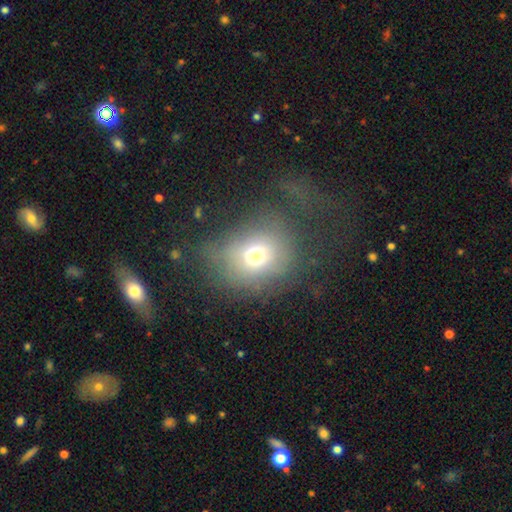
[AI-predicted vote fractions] A smooth galaxy with no disk features (65%) that is round (67%).

Vote fractions:
- Smooth or featured? smooth: 65% / featured or disk: 19% / star or artifact: 16%
- How rounded? round: 67% / in between: 32% / cigar-shaped: 1%
- Merging? none: 51% / major disturbance: 26% / minor disturbance: 20% / merger: 3%